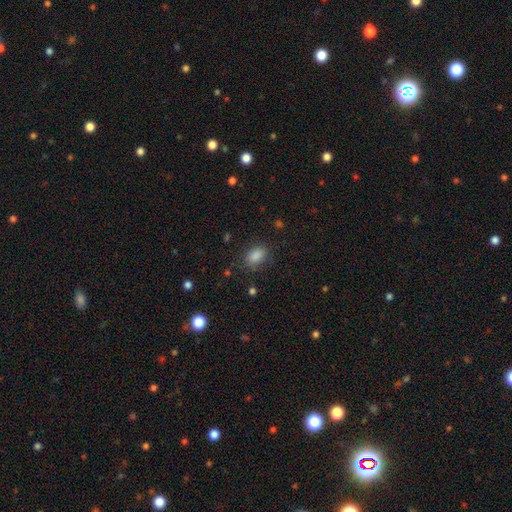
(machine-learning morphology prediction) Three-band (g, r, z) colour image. It shows a smooth galaxy with no disk features (84%) that is in between round and cigar-shaped (82%). Merging: none (79%).